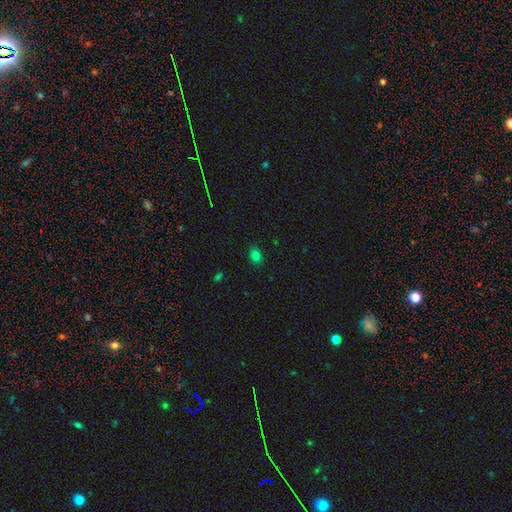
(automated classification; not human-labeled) The model was most divided on "how rounded": in between: 65%, round: 34%, cigar-shaped: 1%. More confident: merging — none (86%); smooth or featured — smooth (79%).